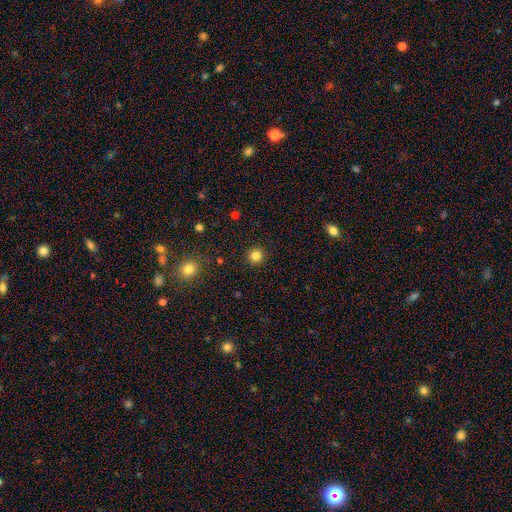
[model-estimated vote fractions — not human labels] Morphology: type=smooth (83%); roundness=round (95%); merging=none (92%).